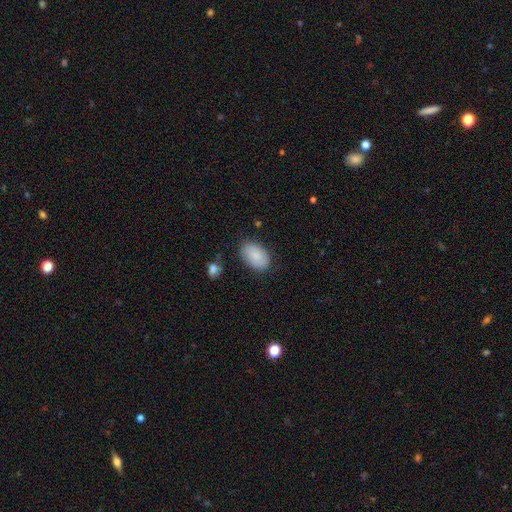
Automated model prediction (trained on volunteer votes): This appears to be a smooth galaxy with no disk features (79%) that is in between round and cigar-shaped (90%). Merging: none (80%).